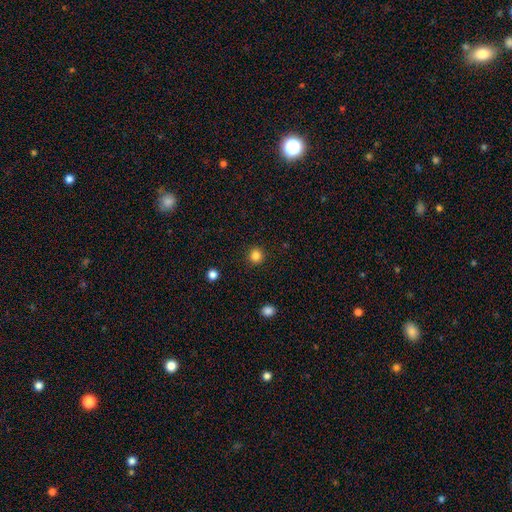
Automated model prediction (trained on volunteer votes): smooth-or-featured: smooth: 84% | star or artifact: 12% | featured or disk: 4%
  how-rounded: round: 93% | in between: 6% | cigar-shaped: 1%
  merging: none: 92% | minor disturbance: 5% | major disturbance: 2% | merger: 1%